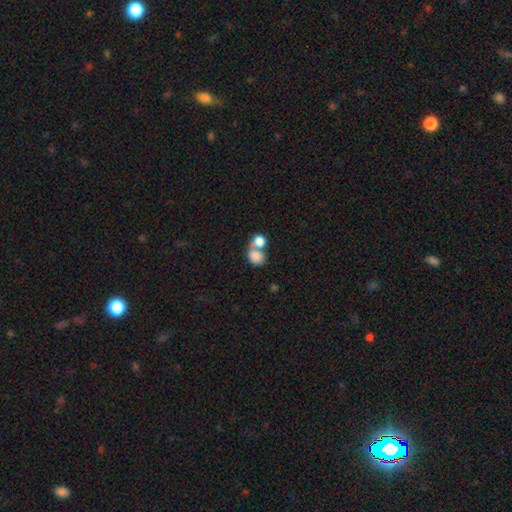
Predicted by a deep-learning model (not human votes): A smooth galaxy with no disk features (80%) that is round (57%). Merging: merger (63%).